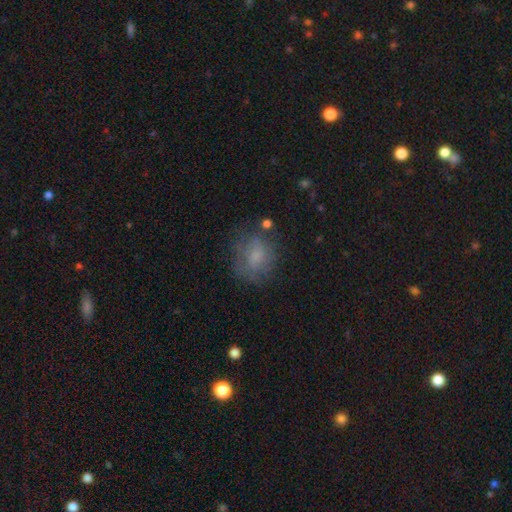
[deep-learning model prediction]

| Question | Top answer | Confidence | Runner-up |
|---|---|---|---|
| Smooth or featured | smooth | 64% | featured or disk (25%) |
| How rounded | round | 64% | in between (34%) |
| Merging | none | 61% | minor disturbance (22%) |